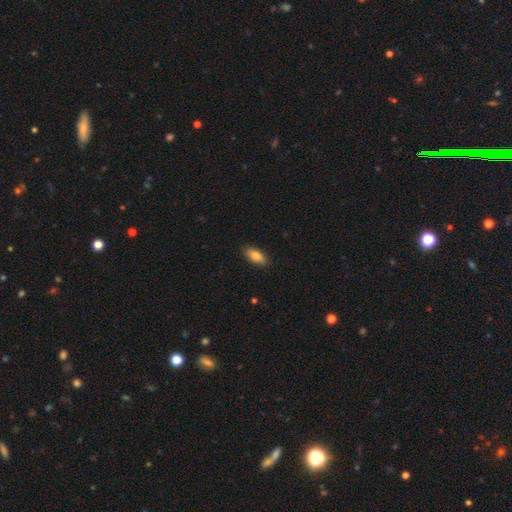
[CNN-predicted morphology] type=smooth (84%); roundness=in between (84%); merging=none (88%).